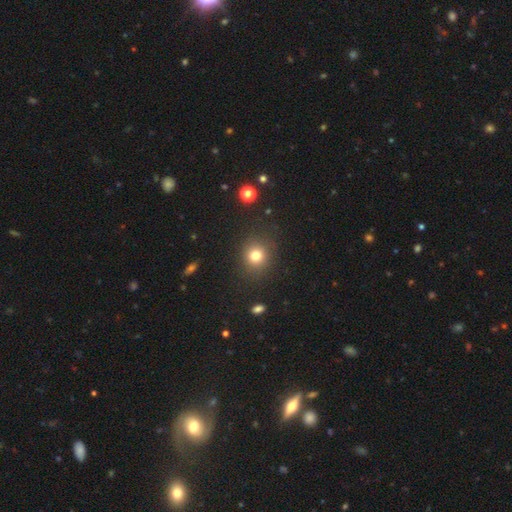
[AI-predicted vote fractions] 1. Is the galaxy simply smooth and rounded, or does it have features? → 79% smooth, 14% star or artifact, 7% featured or disk.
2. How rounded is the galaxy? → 82% round, 18% in between, 1% cigar-shaped.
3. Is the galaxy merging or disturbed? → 86% none, 8% minor disturbance, 4% major disturbance, 2% merger.